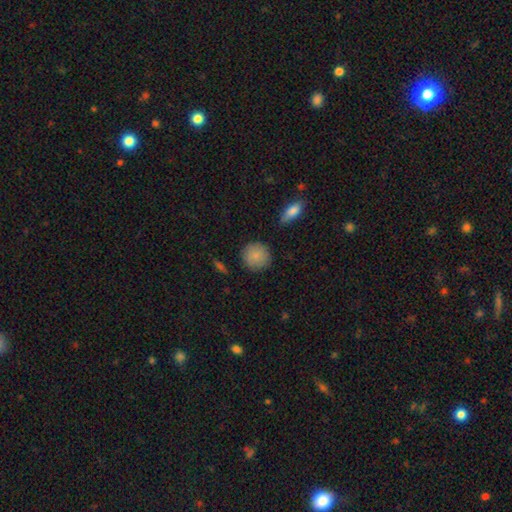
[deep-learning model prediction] A smooth galaxy with no disk features (86%) that is round (93%).

Vote fractions:
- Smooth or featured? smooth: 86% / star or artifact: 7% / featured or disk: 7%
- How rounded? round: 93% / in between: 6% / cigar-shaped: 1%
- Merging? none: 87% / minor disturbance: 9% / major disturbance: 2% / merger: 2%